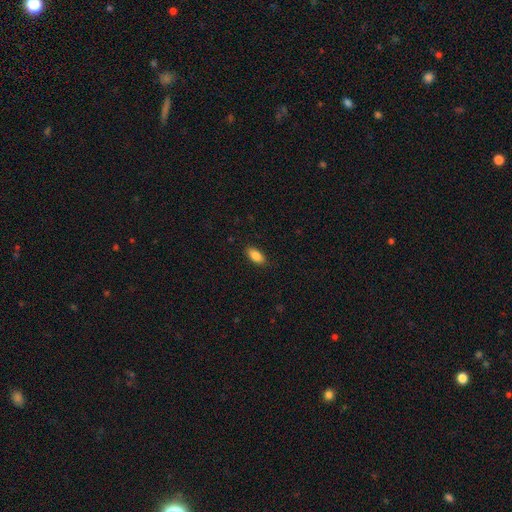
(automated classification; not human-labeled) Overall: smooth (87%). How rounded: in between (87%). Merging: none (87%).